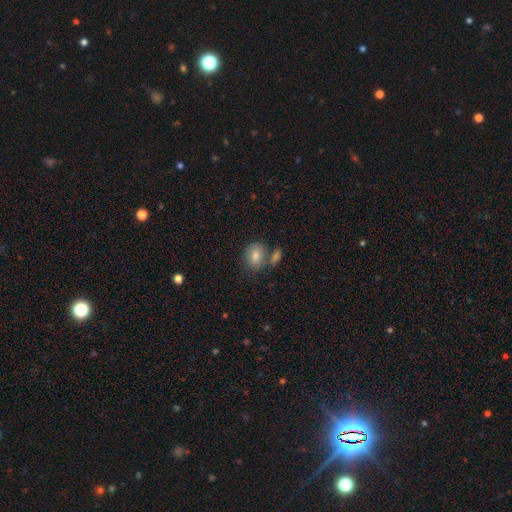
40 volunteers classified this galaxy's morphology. smooth_or_featured: smooth (p=0.75) [alt: featured or disk p=0.17]
how_rounded: in between (p=0.63) [alt: round p=0.37]
merging: none (p=0.68) [alt: merger p=0.27]